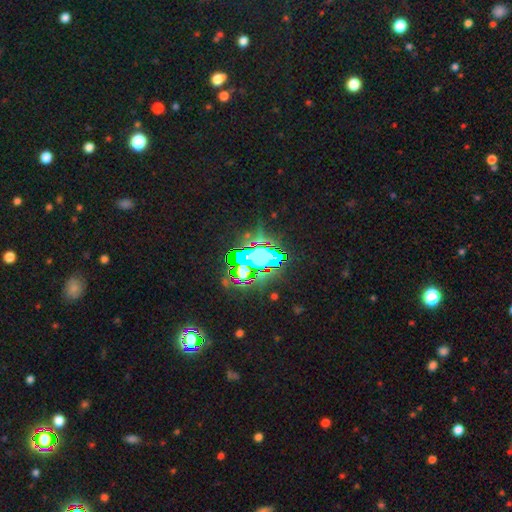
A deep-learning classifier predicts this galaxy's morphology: Smooth or featured? Predicted: star or artifact (p=0.84).